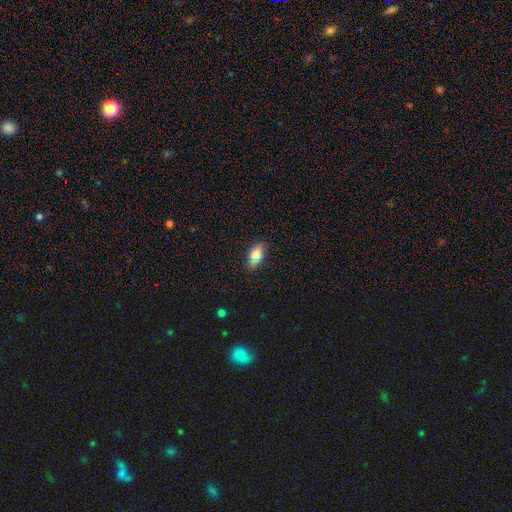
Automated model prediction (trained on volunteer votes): Q: Smooth or featured?
A: smooth (74%); runner-up: star or artifact (16%)
Q: How rounded?
A: in between (85%); runner-up: round (10%)
Q: Merging?
A: none (84%); runner-up: minor disturbance (11%)